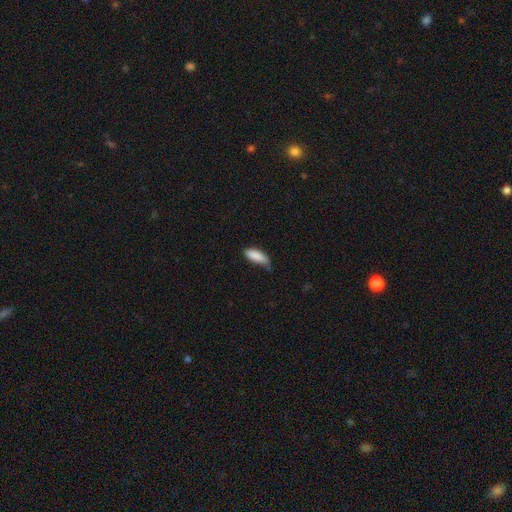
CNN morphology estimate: smooth_or_featured: smooth (p=0.87) [alt: featured or disk p=0.07]
how_rounded: in between (p=0.74) [alt: cigar-shaped p=0.24]
merging: minor disturbance (p=0.43) [tied with: none p=0.43]